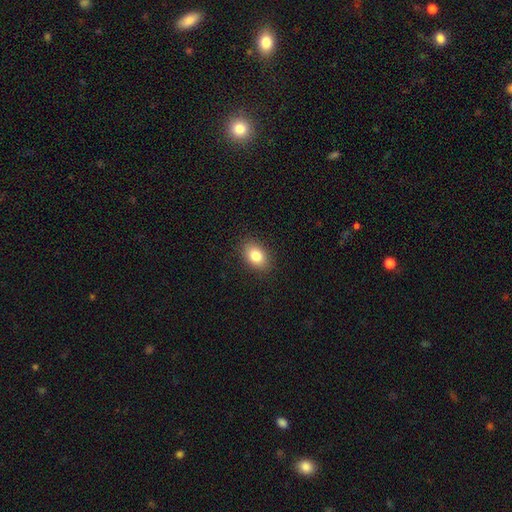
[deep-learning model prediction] smooth 83%, star or artifact 9%, featured or disk 8%. Down the decision tree: how rounded — in between (82%); merging — none (88%).